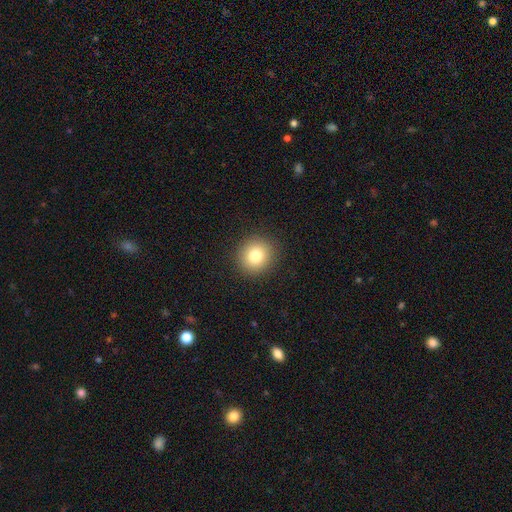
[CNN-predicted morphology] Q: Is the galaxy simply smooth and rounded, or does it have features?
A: smooth — 80%.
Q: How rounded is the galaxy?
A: round — 87%.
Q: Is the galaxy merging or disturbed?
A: none — 91%.